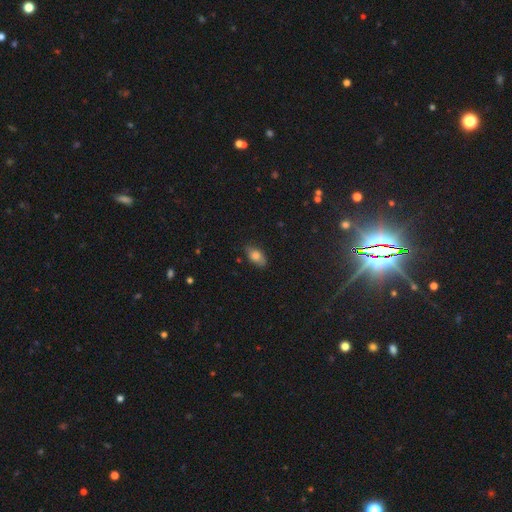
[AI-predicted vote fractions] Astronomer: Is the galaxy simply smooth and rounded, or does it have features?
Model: smooth — 76%.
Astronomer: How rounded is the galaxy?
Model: in between — 87%.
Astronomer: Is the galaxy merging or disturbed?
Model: none — 77%.